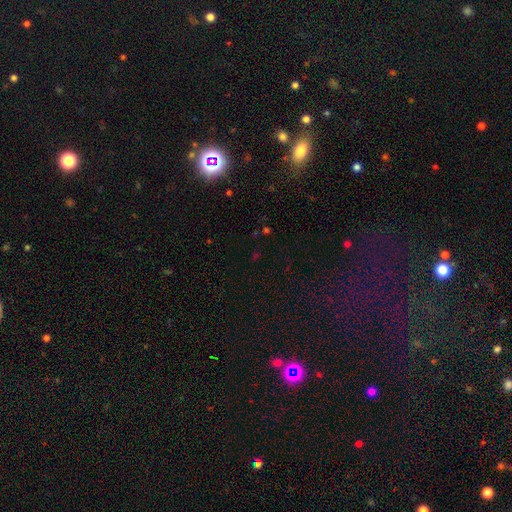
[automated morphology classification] This appears to be a star or artifact, not a galaxy (64%).